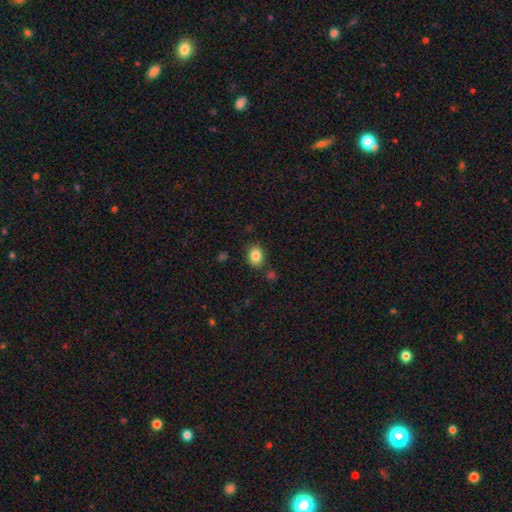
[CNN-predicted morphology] smooth-or-featured: smooth: 85% | star or artifact: 9% | featured or disk: 6%
  how-rounded: in between: 51% | round: 48% | cigar-shaped: 1%
  merging: none: 83% | minor disturbance: 11% | merger: 4% | major disturbance: 3%